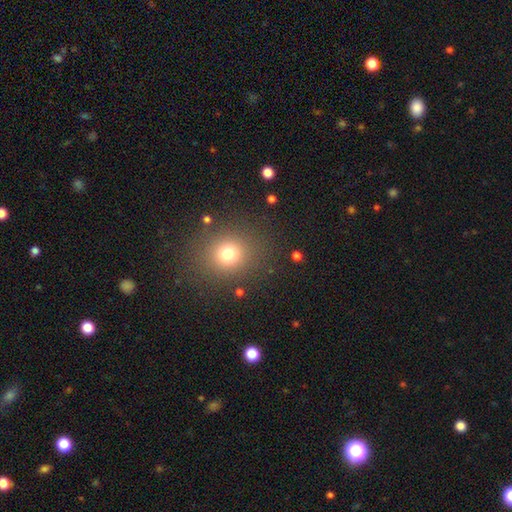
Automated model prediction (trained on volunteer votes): smooth 66%, star or artifact 27%, featured or disk 7%. Down the decision tree: how rounded — round (77%); merging — none (89%).